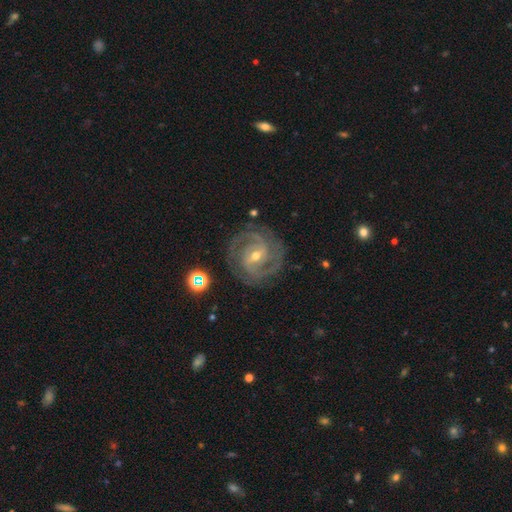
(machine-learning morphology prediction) smooth_or_featured: featured or disk (p=0.91) [alt: star or artifact p=0.06]
disk_edge_on: no (p=0.97) [alt: yes p=0.03]
bar: weak (p=0.43) [alt: strong p=0.32]
has_spiral_arms: yes (p=0.98) [alt: no p=0.02]
spiral_winding: tight (p=0.60) [alt: medium p=0.35]
spiral_arm_count: 2 (p=0.59) [alt: 3 p=0.22]
bulge_size: small (p=0.57) [alt: moderate p=0.40]
merging: none (p=0.83) [alt: minor disturbance p=0.11]